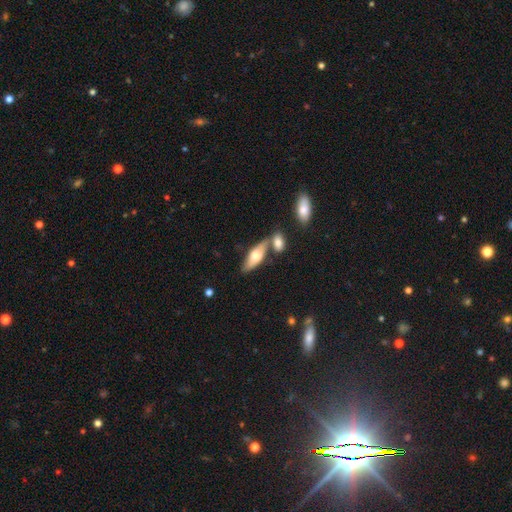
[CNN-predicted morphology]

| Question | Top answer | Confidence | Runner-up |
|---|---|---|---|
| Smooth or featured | smooth | 55% | featured or disk (39%) |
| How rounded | in between | 67% | cigar-shaped (30%) |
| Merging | none | 56% | merger (26%) |